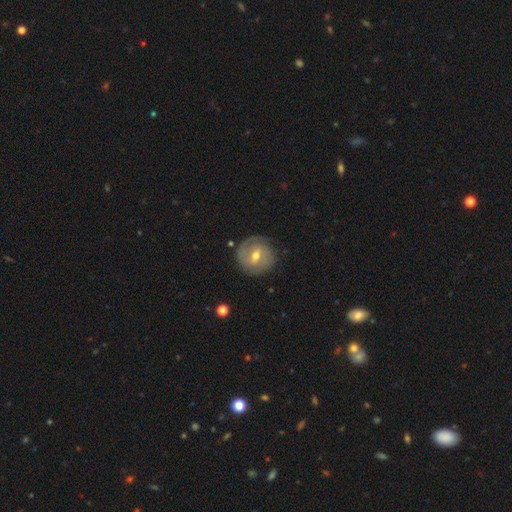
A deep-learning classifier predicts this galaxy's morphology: Smooth or featured? Predicted: featured or disk (p=0.63). Edge-on disk? Predicted: no (p=0.96). Bar? Predicted: weak (p=0.56). Spiral arms? Predicted: yes (p=0.75). Bulge size? Predicted: moderate (p=0.64). Merging? Predicted: none (p=0.81).